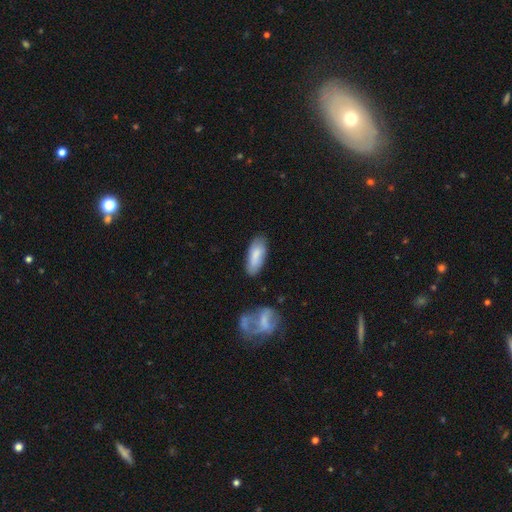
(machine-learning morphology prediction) This appears to be a smooth galaxy with no disk features (81%) that is in between round and cigar-shaped (78%). Merging: none (74%).